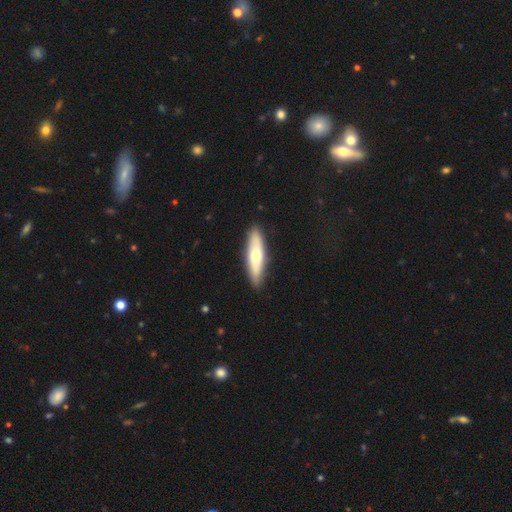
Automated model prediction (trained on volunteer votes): A smooth galaxy with no disk features (55%) that is cigar-shaped (64%).

Vote fractions:
- Smooth or featured? smooth: 55% / featured or disk: 40% / star or artifact: 5%
- How rounded? cigar-shaped: 64% / in between: 34% / round: 2%
- Merging? none: 89% / minor disturbance: 8% / major disturbance: 2% / merger: 1%